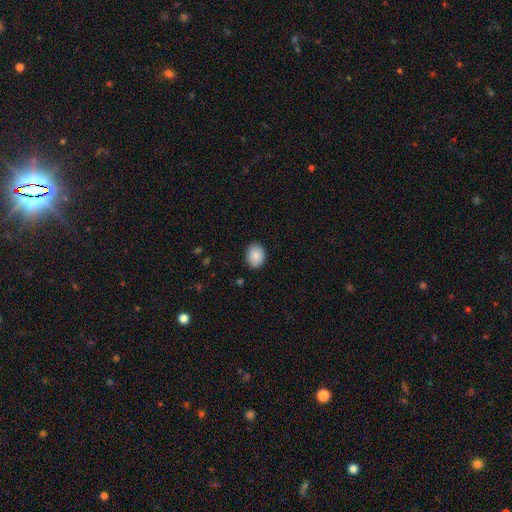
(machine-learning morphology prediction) smooth 89%, star or artifact 7%, featured or disk 4%. Down the decision tree: how rounded — in between (54%); merging — none (88%).